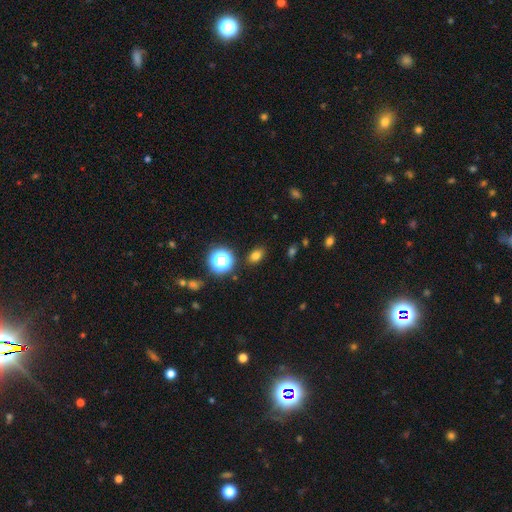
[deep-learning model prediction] Overall: smooth (75%). How rounded: in between (72%). Merging: none (86%).